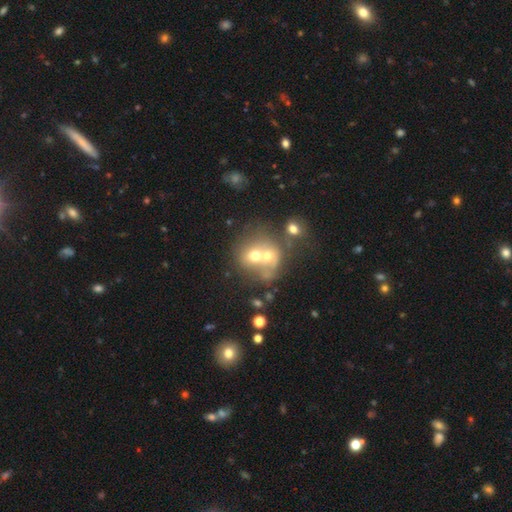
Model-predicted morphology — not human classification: Smooth or featured? smooth (54%)
How rounded? round (69%)
Merging? merger (68%)